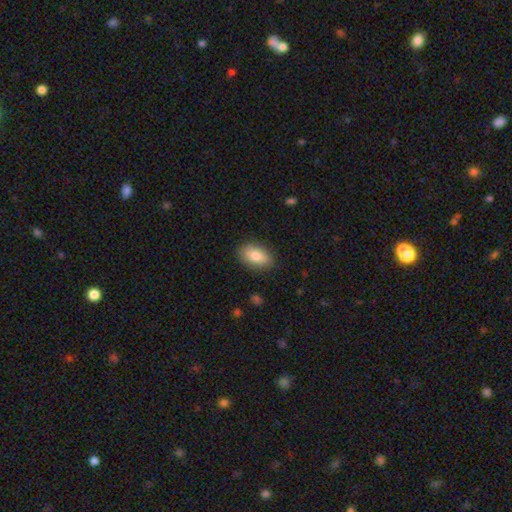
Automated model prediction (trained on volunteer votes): The model was most divided on "smooth or featured": smooth: 80%, featured or disk: 13%, star or artifact: 7%. More confident: how rounded — in between (90%); merging — none (85%).